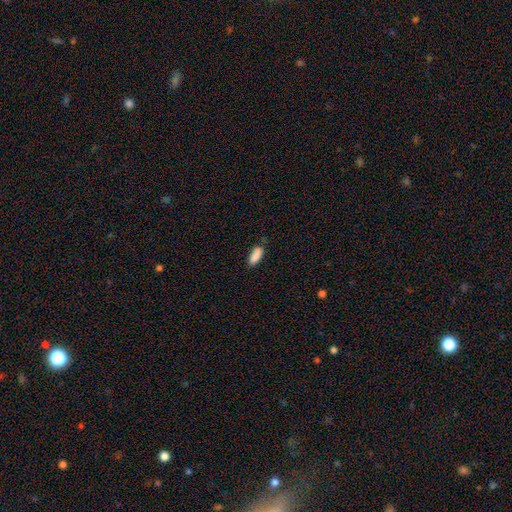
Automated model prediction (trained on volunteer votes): A smooth galaxy with no disk features (88%) that is in between round and cigar-shaped (75%). Merging: none (74%).